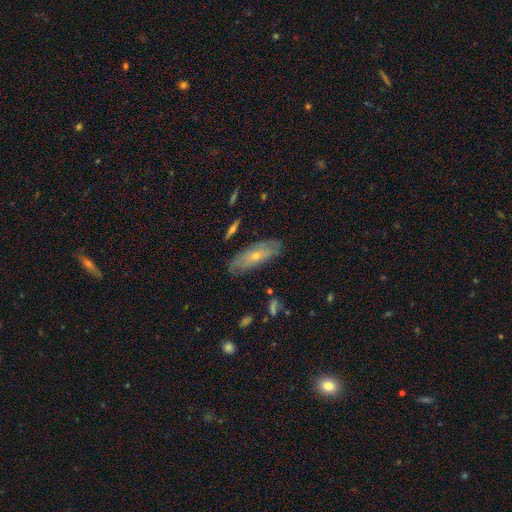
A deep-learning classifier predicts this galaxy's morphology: Overall: featured or disk (52%; smooth 40%). Edge-on disk: no (72%). Merging: none (80%).